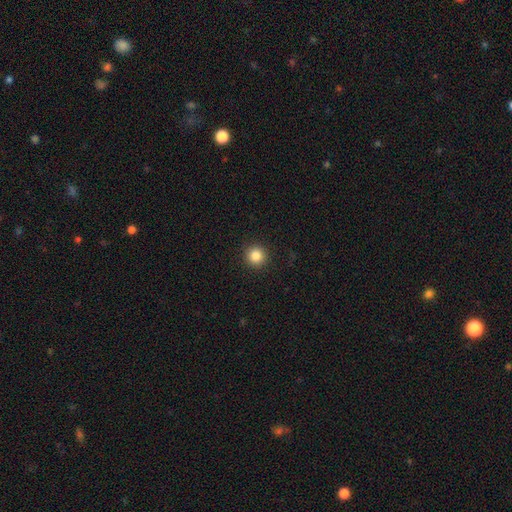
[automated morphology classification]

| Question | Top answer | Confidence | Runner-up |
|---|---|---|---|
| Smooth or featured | smooth | 84% | star or artifact (11%) |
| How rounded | round | 96% | in between (4%) |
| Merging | none | 93% | minor disturbance (5%) |